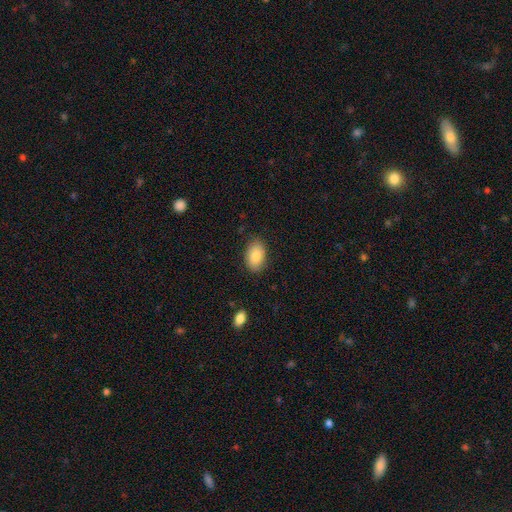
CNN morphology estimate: Smooth or featured? smooth (86%)
How rounded? in between (89%)
Merging? none (84%)